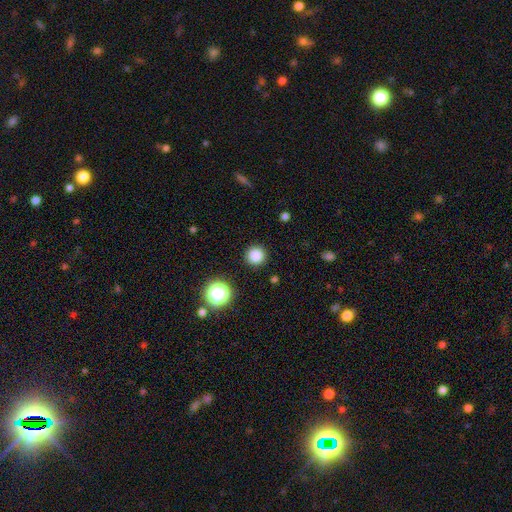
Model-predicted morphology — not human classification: This appears to be a smooth galaxy with no disk features (83%) that is round (96%). Merging: none (91%).